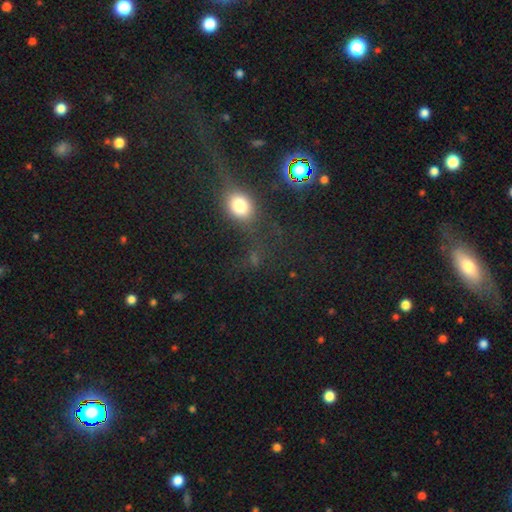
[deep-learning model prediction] This is possibly a smooth galaxy (47%). Merging: possibly none (59%).